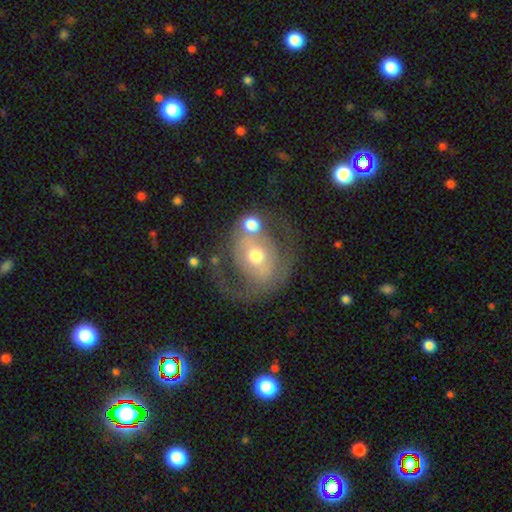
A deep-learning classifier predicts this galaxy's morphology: Smooth or featured?
  - featured or disk: 63% *
  - smooth: 29%
  - star or artifact: 7%
Edge-on disk?
  - no: 95% *
  - yes: 5%
Bar?
  - no: 60% *
  - weak: 26%
  - strong: 14%
Spiral arms?
  - no: 52% *
  - yes: 48%
Bulge size?
  - moderate: 71% *
  - small: 17%
  - large: 9%
  - dominant: 2%
  - none: 1%
Merging?
  - none: 48% *
  - merger: 19%
  - major disturbance: 17%
  - minor disturbance: 17%